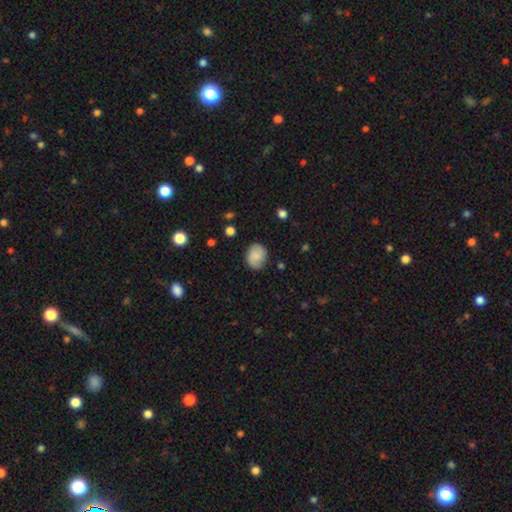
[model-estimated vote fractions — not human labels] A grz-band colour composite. It shows a smooth galaxy with no disk features (81%) that is round (59%). Merging: none (81%).